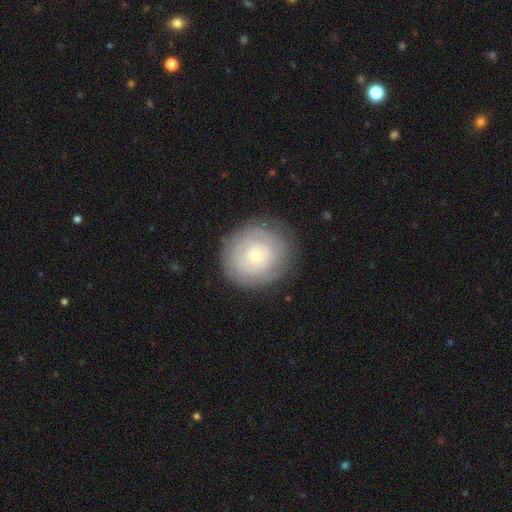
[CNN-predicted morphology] Smooth or featured? featured or disk (57%)
Edge-on disk? no (97%)
Bar? no (88%)
Spiral arms? yes (62%)
Bulge size? small (71%)
Merging? none (83%)